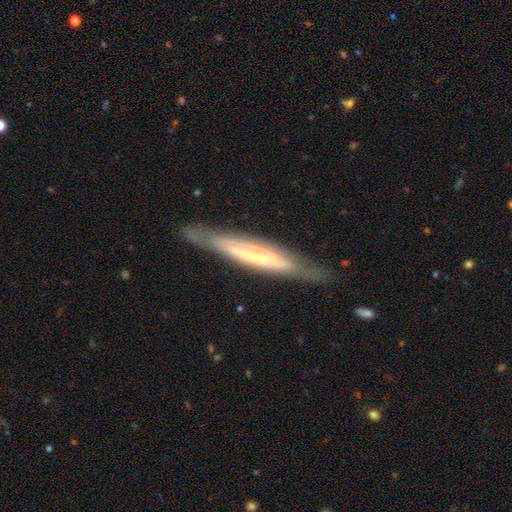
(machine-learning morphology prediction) featured or disk 60%, smooth 34%, star or artifact 6%. Down the decision tree: edge-on disk — yes (81%); merging — none (80%).